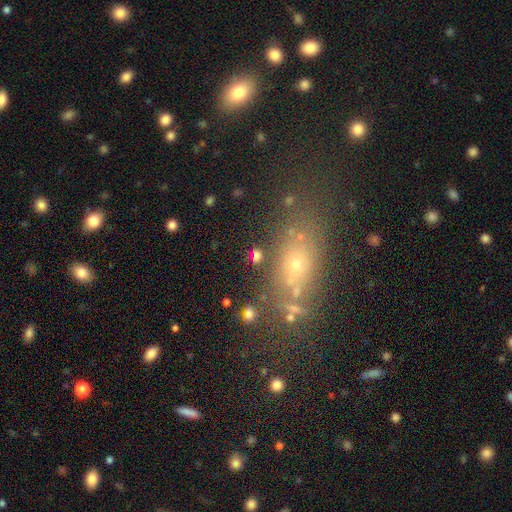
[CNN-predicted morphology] Overall: smooth (63%; star or artifact 23%). How rounded: in between (54%; round 41%). Merging: none (73%).